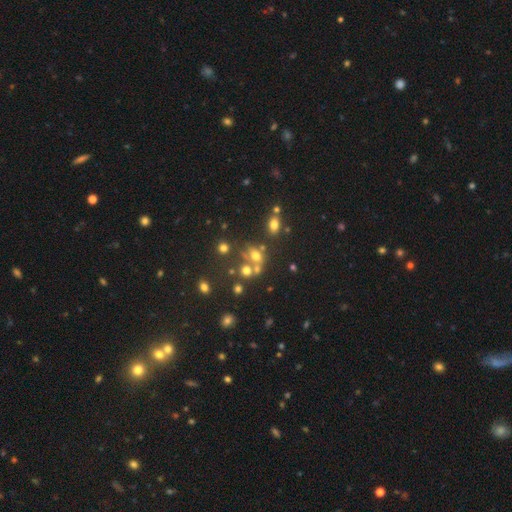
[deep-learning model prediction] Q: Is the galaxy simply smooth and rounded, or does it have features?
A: smooth — 54%.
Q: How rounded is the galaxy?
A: round — 52%.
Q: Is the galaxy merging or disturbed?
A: none — 41%.